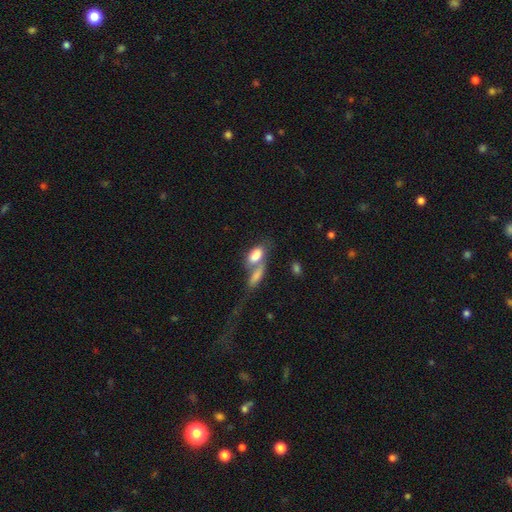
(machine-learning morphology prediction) A smooth galaxy with no disk features (78%) that is in between round and cigar-shaped (87%). Merging: merger (60%).